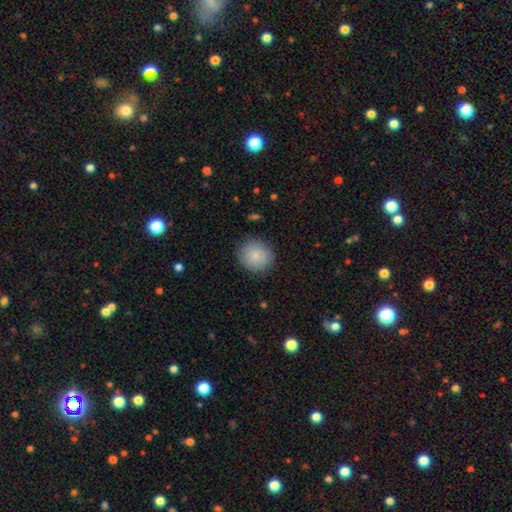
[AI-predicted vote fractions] Q: Smooth or featured?
A: smooth (85%); runner-up: featured or disk (9%)
Q: How rounded?
A: round (90%); runner-up: in between (9%)
Q: Merging?
A: none (87%); runner-up: minor disturbance (9%)